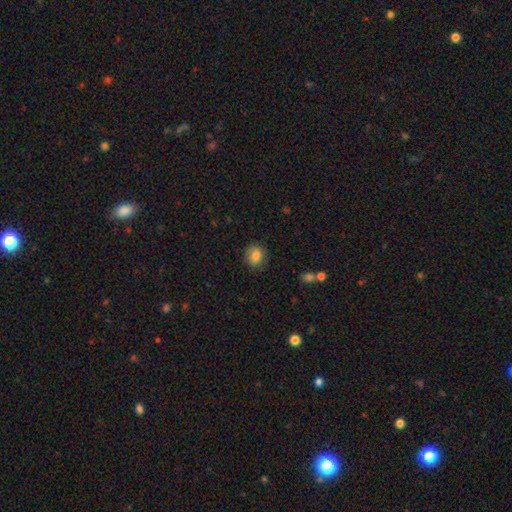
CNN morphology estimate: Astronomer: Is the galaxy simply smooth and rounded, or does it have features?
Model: smooth — 82%.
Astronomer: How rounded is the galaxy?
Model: round — 72%.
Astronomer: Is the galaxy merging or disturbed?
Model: none — 86%.